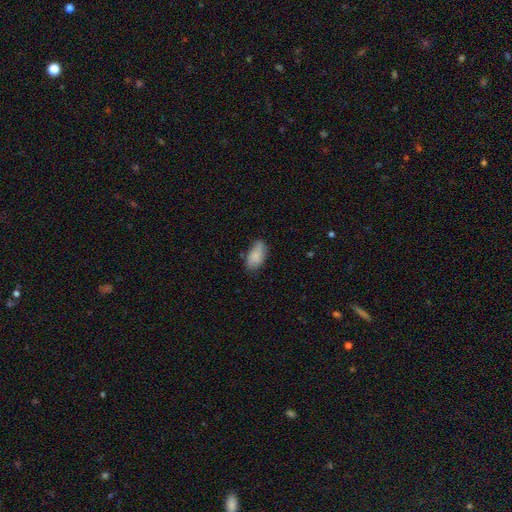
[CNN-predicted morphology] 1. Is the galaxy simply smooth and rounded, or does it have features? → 80% smooth, 13% featured or disk, 7% star or artifact.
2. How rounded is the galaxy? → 93% in between, 4% cigar-shaped, 3% round.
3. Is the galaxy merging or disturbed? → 62% none, 28% minor disturbance, 6% major disturbance, 4% merger.